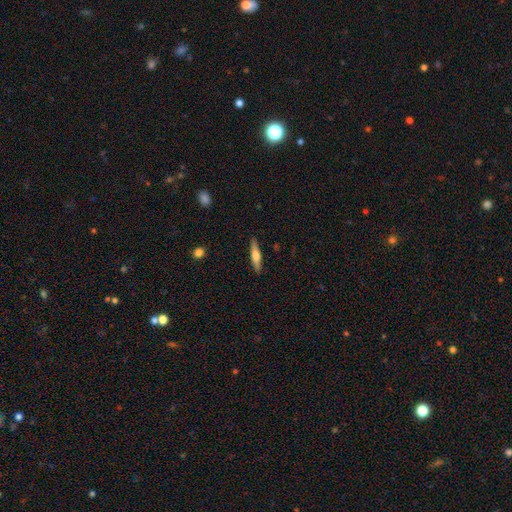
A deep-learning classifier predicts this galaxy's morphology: Smooth or featured: featured or disk — 51% (smooth — 44%)
Edge-on disk: yes — 95% (no — 5%)
Merging: none — 89% (minor disturbance — 8%)